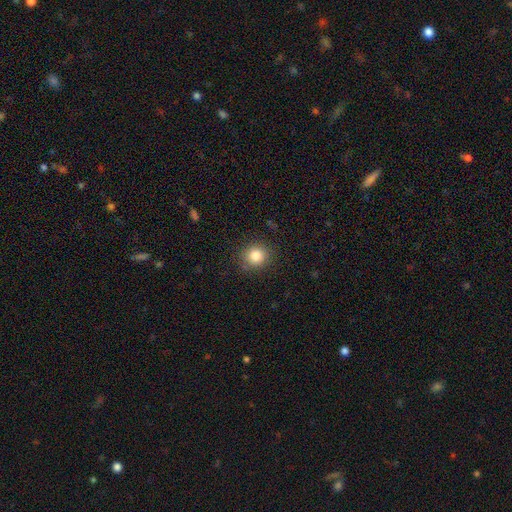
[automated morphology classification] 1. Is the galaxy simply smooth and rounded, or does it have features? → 83% smooth, 11% star or artifact, 6% featured or disk.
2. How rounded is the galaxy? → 86% round, 13% in between, 1% cigar-shaped.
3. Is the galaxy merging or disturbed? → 87% none, 9% minor disturbance, 3% major disturbance, 1% merger.